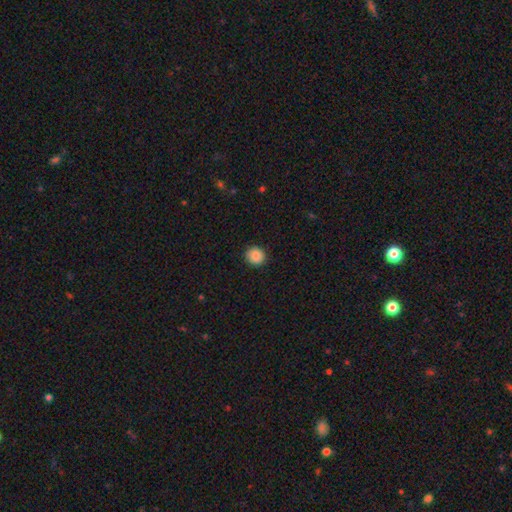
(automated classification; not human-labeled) Smooth or featured? smooth (88%)
How rounded? round (87%)
Merging? none (90%)